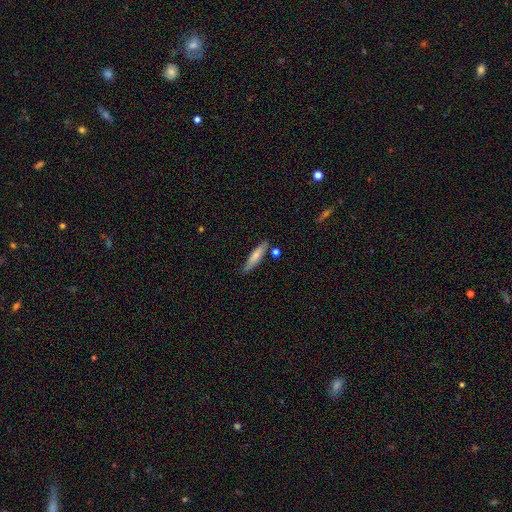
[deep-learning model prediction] This is likely a smooth galaxy (73%). How rounded: clearly cigar-shaped (82%). Merging: likely none (75%).